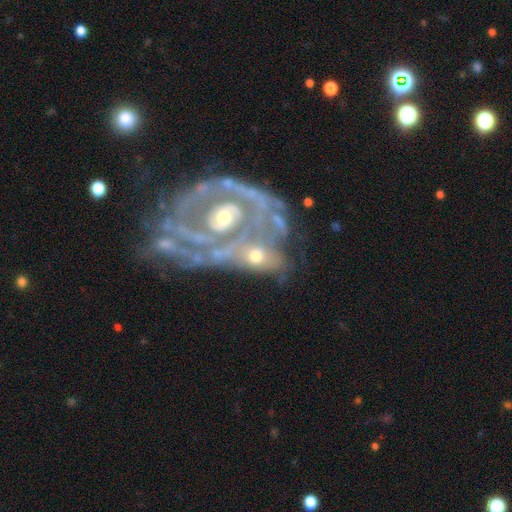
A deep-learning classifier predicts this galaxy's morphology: This appears to be a featured or disk galaxy (70%) with no bar (72%), spiral arms (71%) and a moderate central bulge (61%). Merging: merger (52%).